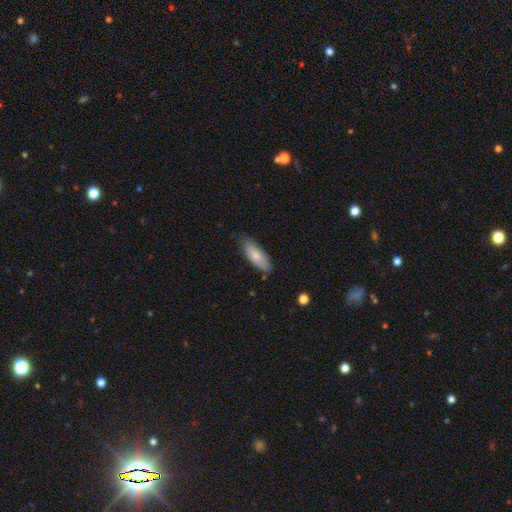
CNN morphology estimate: type=smooth (80%); roundness=in between (65%); merging=none (78%).